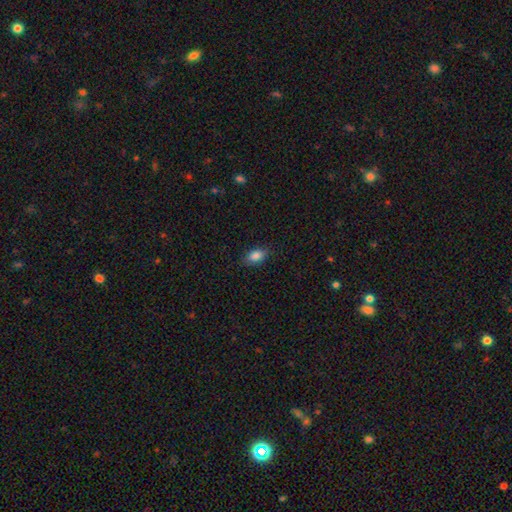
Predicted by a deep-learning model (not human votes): Q: Smooth or featured?
A: smooth (87%); runner-up: star or artifact (8%)
Q: How rounded?
A: in between (89%); runner-up: round (8%)
Q: Merging?
A: none (84%); runner-up: minor disturbance (12%)